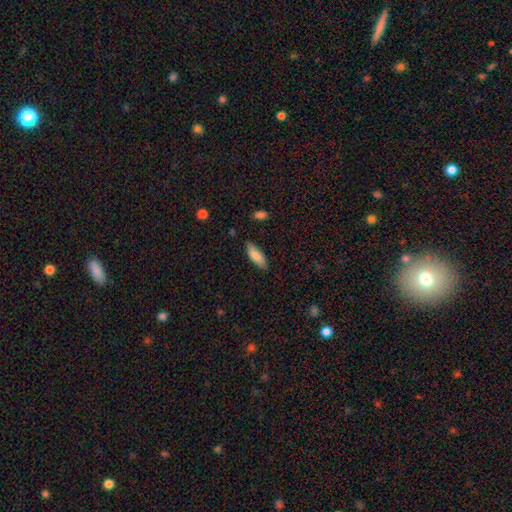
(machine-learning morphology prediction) Smooth or featured?
  - smooth: 83% *
  - featured or disk: 11%
  - star or artifact: 6%
How rounded?
  - in between: 63% *
  - cigar-shaped: 36%
  - round: 2%
Merging?
  - none: 83% *
  - minor disturbance: 13%
  - major disturbance: 2%
  - merger: 2%